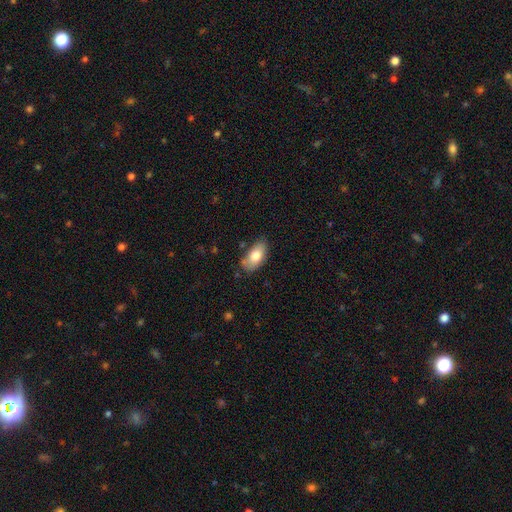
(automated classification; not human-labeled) Smooth or featured? smooth (79%)
How rounded? in between (91%)
Merging? none (72%)